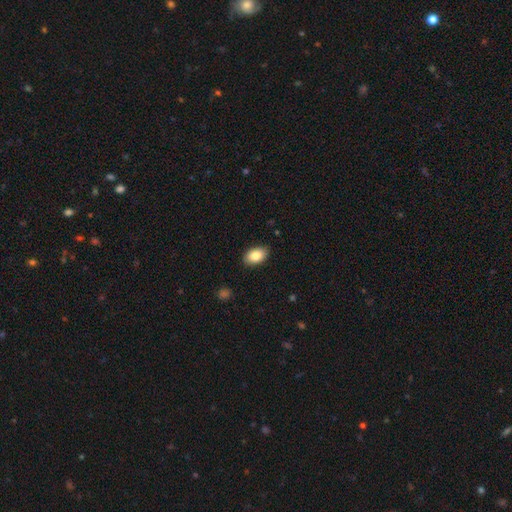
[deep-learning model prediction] A smooth galaxy with no disk features (84%) that is in between round and cigar-shaped (90%).

Vote fractions:
- Smooth or featured? smooth: 84% / featured or disk: 8% / star or artifact: 7%
- How rounded? in between: 90% / round: 8% / cigar-shaped: 1%
- Merging? none: 87% / minor disturbance: 10% / major disturbance: 2% / merger: 1%